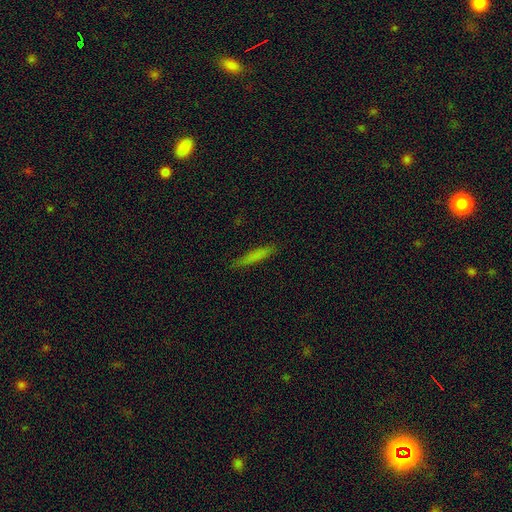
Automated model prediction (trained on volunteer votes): Overall: smooth (74%). How rounded: cigar-shaped (92%). Merging: none (86%).